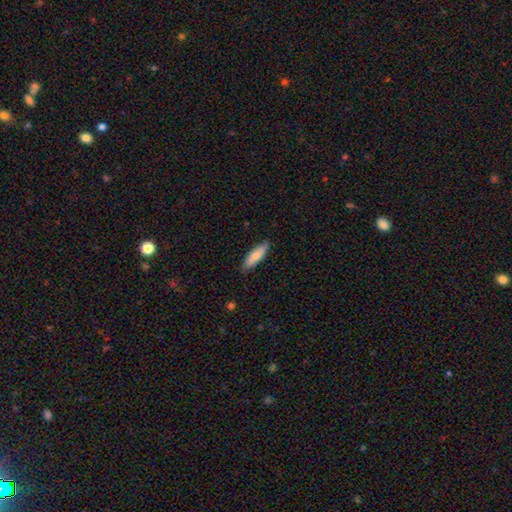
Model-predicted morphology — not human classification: Smooth or featured?
  - smooth: 82% *
  - featured or disk: 12%
  - star or artifact: 6%
How rounded?
  - cigar-shaped: 55% *
  - in between: 44%
  - round: 2%
Merging?
  - none: 85% *
  - minor disturbance: 12%
  - major disturbance: 2%
  - merger: 1%